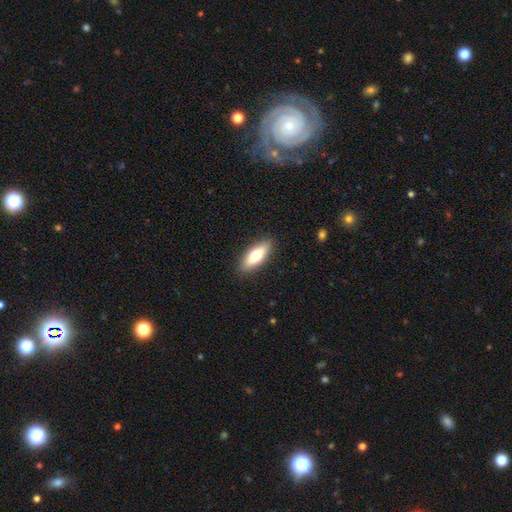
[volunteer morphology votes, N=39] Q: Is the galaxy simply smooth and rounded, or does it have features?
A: smooth — 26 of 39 (67%).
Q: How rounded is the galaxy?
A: in between — 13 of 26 (50%).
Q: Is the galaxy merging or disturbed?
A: none — 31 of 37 (84%).